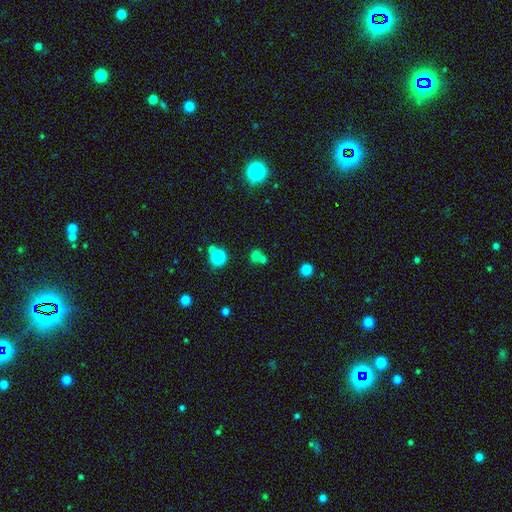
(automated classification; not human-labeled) smooth-or-featured: smooth: 67% | star or artifact: 22% | featured or disk: 11%
  how-rounded: round: 76% | in between: 23% | cigar-shaped: 1%
  merging: none: 45% | merger: 44% | minor disturbance: 7% | major disturbance: 4%